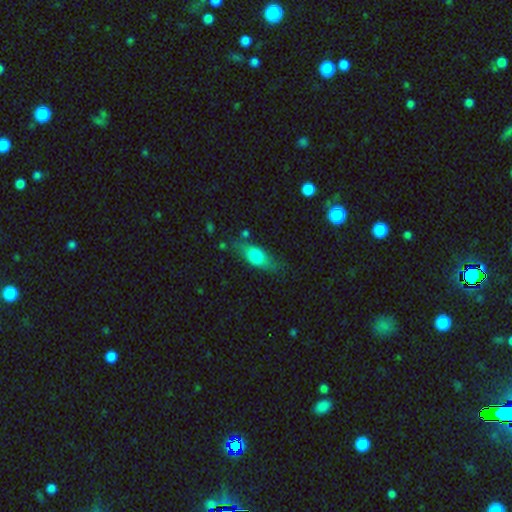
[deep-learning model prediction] smooth_or_featured: smooth (p=0.67) [alt: featured or disk p=0.26]
how_rounded: in between (p=0.68) [alt: cigar-shaped p=0.25]
merging: none (p=0.67) [alt: minor disturbance p=0.22]